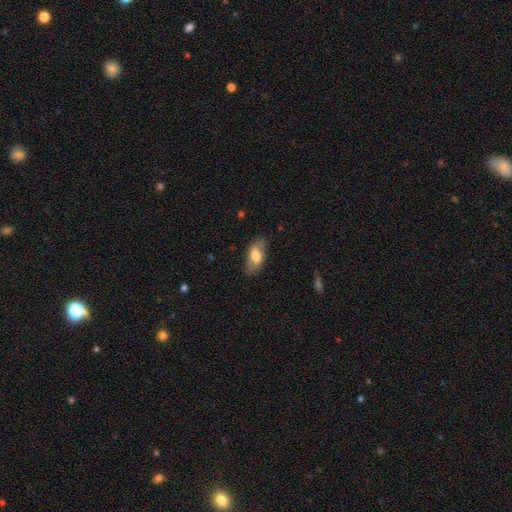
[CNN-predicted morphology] smooth 70%, featured or disk 24%, star or artifact 6%. Down the decision tree: how rounded — in between (90%); merging — none (77%).